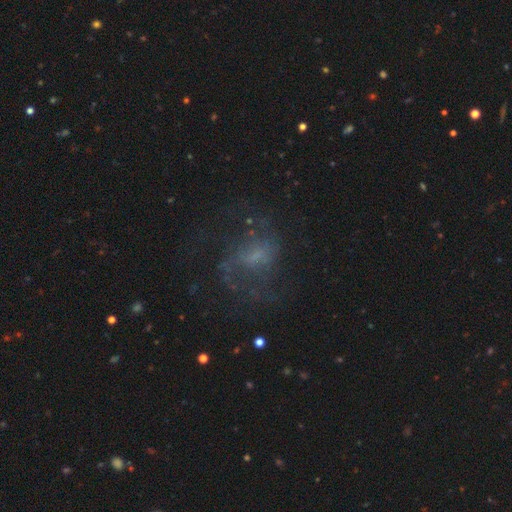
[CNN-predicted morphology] Smooth or featured? featured or disk (60%)
Edge-on disk? no (97%)
Bar? no (49%)
Spiral arms? yes (68%)
Bulge size? small (43%)
Merging? none (51%)